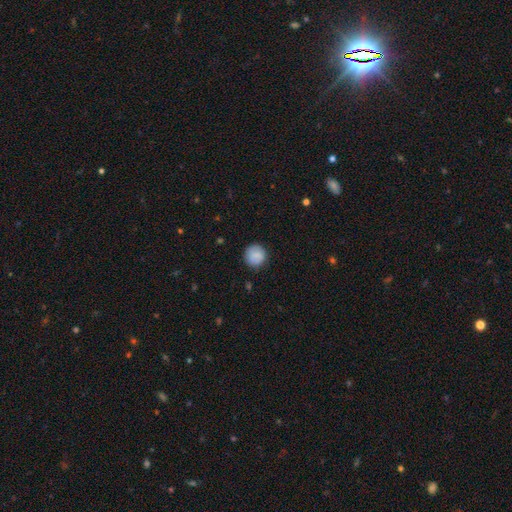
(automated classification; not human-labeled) Overall: smooth (82%). How rounded: round (93%). Merging: none (86%).